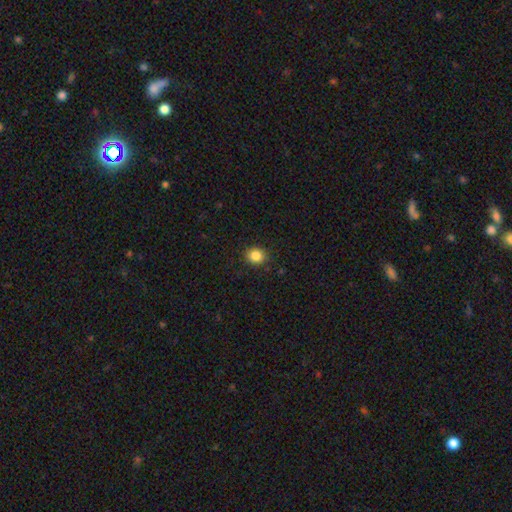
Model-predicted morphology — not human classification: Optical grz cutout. It shows a smooth galaxy with no disk features (85%) that is round (82%). Merging: none (89%).